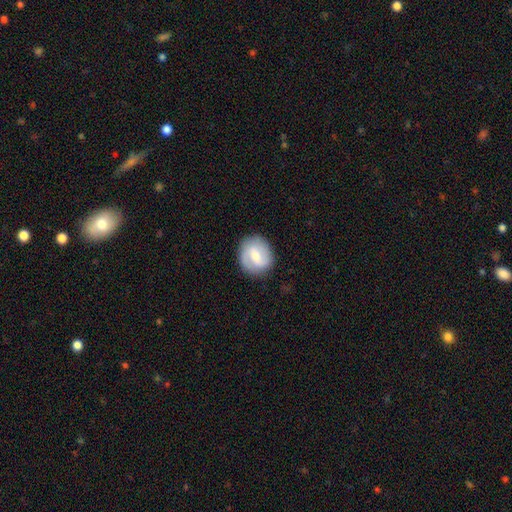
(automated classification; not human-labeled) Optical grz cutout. It shows a featured or disk galaxy (59%) with a weak bar (56%), spiral arms (85%) and a moderate central bulge (51%). Merging: none (85%).